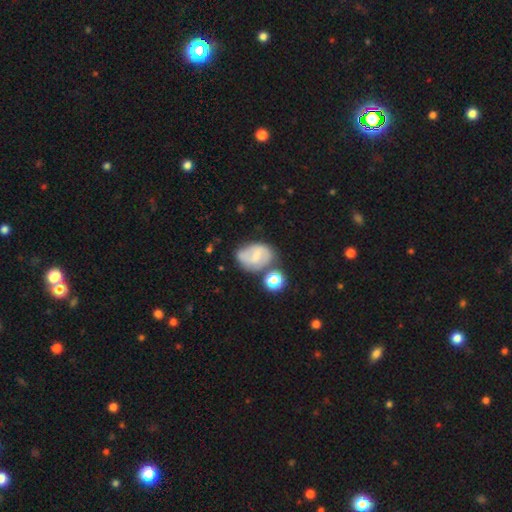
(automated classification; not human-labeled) A featured or disk galaxy (54%) with a weak bar (49%), spiral arms (77%) and a small central bulge (59%).

Vote fractions:
- Smooth or featured? featured or disk: 54% / smooth: 38% / star or artifact: 9%
- Edge-on disk? no: 97% / yes: 3%
- Bar? weak: 49% / no: 38% / strong: 13%
- Spiral arms? yes: 77% / no: 23%
- Bulge size? small: 59% / moderate: 25% / none: 12% / large: 2% / dominant: 1%
- Merging? none: 49% / minor disturbance: 24% / merger: 17% / major disturbance: 9%